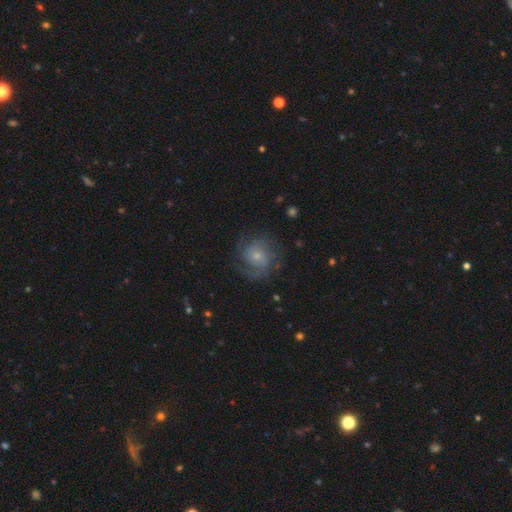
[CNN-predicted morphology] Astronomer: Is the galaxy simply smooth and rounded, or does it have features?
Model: featured or disk — 66%.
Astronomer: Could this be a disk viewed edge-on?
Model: no — 98%.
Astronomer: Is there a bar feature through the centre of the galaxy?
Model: no — 75%.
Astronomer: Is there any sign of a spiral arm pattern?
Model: yes — 89%.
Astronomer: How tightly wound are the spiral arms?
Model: tight — 41%, tied with medium at 41%.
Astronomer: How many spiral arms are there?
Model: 2 — 36% (runner-up: can't tell, 30%).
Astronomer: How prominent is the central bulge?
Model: small — 61%.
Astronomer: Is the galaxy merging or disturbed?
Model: none — 70%.